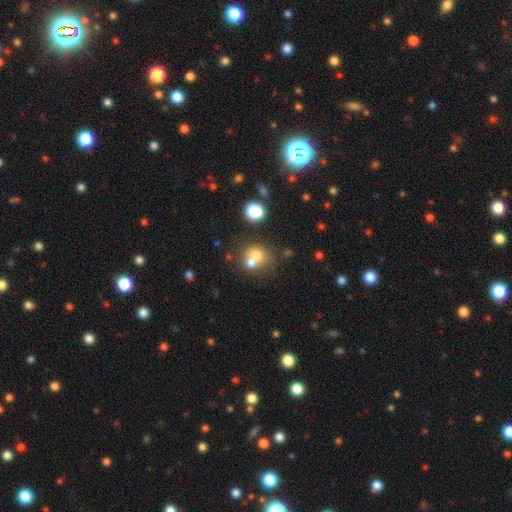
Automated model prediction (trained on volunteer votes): A smooth galaxy with no disk features (67%) that is round (74%).

Vote fractions:
- Smooth or featured? smooth: 67% / featured or disk: 19% / star or artifact: 14%
- How rounded? round: 74% / in between: 25% / cigar-shaped: 1%
- Merging? merger: 53% / none: 34% / minor disturbance: 8% / major disturbance: 5%